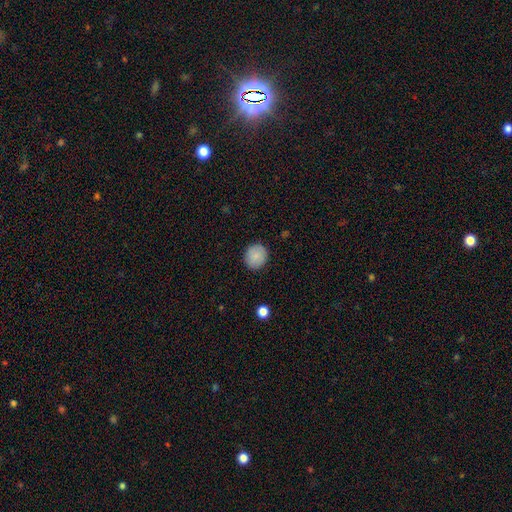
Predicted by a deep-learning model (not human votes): This appears to be a smooth galaxy with no disk features (87%) that is round (88%). Merging: none (90%).